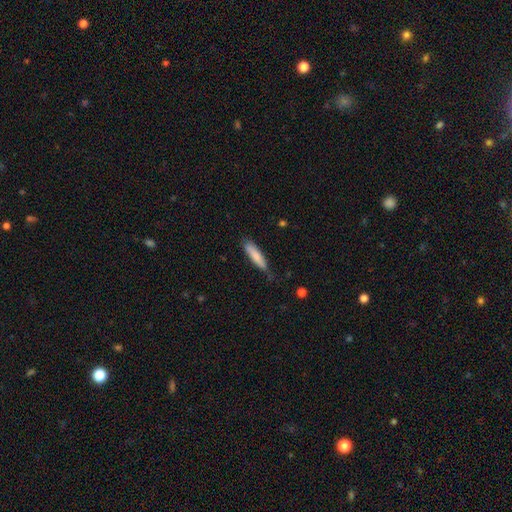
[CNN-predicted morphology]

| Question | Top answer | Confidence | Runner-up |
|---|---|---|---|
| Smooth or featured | smooth | 80% | featured or disk (14%) |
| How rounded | cigar-shaped | 75% | in between (23%) |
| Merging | none | 66% | minor disturbance (28%) |